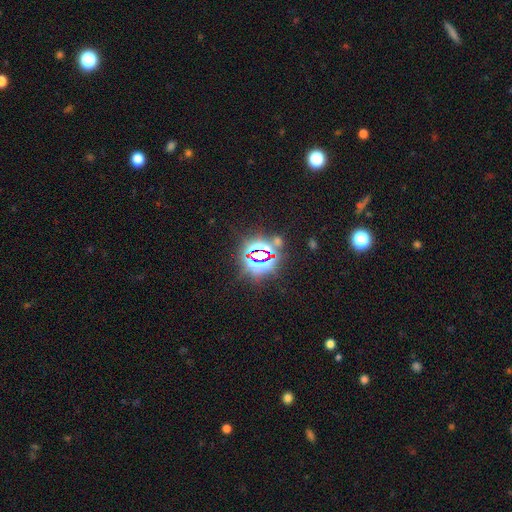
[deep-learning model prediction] smooth-or-featured: star or artifact: 81% | smooth: 12% | featured or disk: 8%